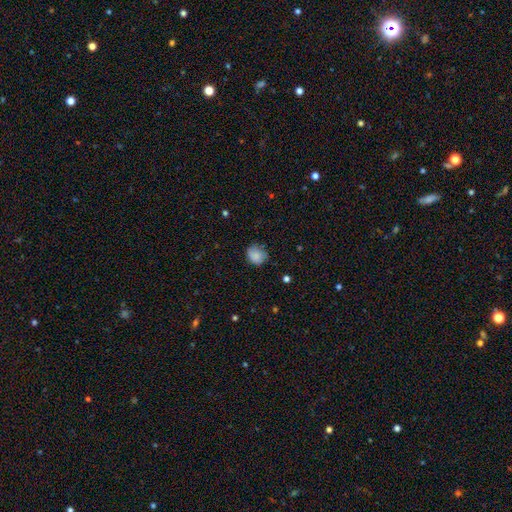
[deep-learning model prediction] smooth-or-featured: smooth: 83% | star or artifact: 9% | featured or disk: 8%
  how-rounded: round: 64% | in between: 35% | cigar-shaped: 1%
  merging: none: 64% | minor disturbance: 28% | major disturbance: 7% | merger: 2%